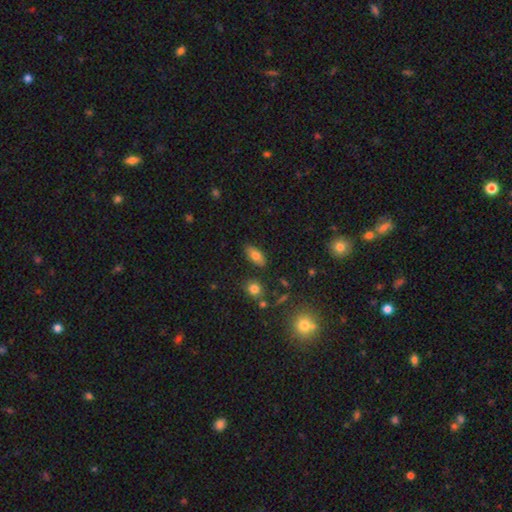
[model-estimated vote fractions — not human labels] Smooth or featured?
  - smooth: 75% *
  - featured or disk: 14%
  - star or artifact: 10%
How rounded?
  - in between: 85% *
  - cigar-shaped: 10%
  - round: 4%
Merging?
  - none: 83% *
  - minor disturbance: 12%
  - merger: 3%
  - major disturbance: 3%